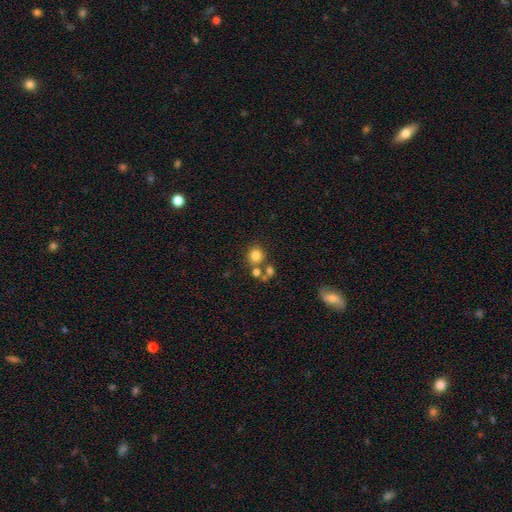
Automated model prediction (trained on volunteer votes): Smooth or featured: smooth — 79% (star or artifact — 13%)
How rounded: round — 85% (in between — 14%)
Merging: none — 68% (merger — 19%)